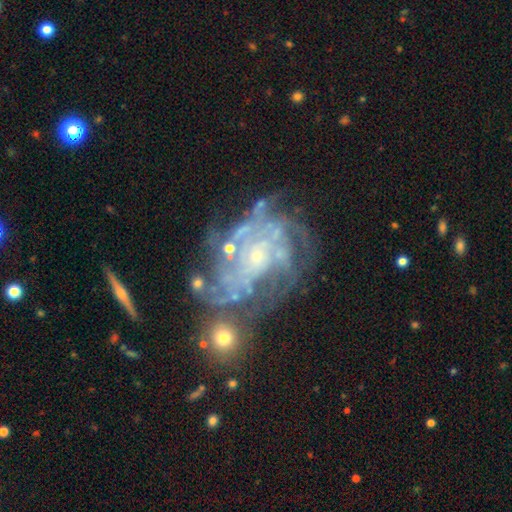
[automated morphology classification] This is clearly a featured or disk galaxy (84%). It is clearly not viewed edge-on (97%). Bar: likely no (72%). Spiral arm pattern: clearly yes (90%). Spiral arm count: marginally can't tell (40%). Spiral winding: likely tight (61%). Central bulge: likely small (75%). Merging: possibly none (56%).